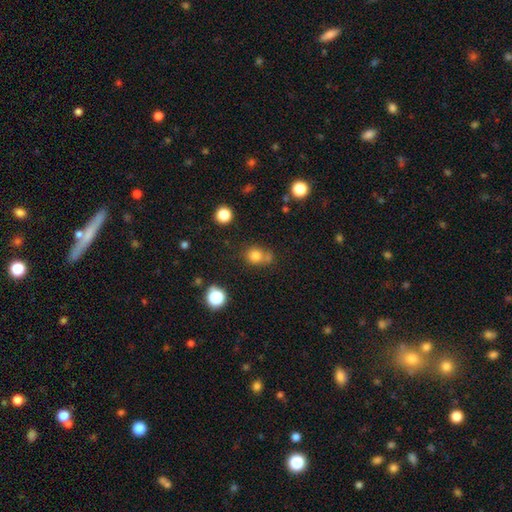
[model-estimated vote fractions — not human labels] smooth 78%, star or artifact 14%, featured or disk 8%. Down the decision tree: how rounded — round (76%); merging — none (52%).